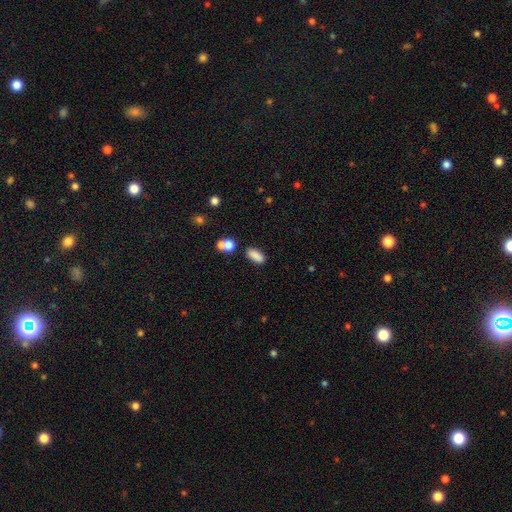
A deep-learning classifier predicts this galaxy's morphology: smooth_or_featured: smooth (p=0.85) [alt: star or artifact p=0.10]
how_rounded: in between (p=0.82) [alt: cigar-shaped p=0.13]
merging: none (p=0.77) [alt: minor disturbance p=0.11]